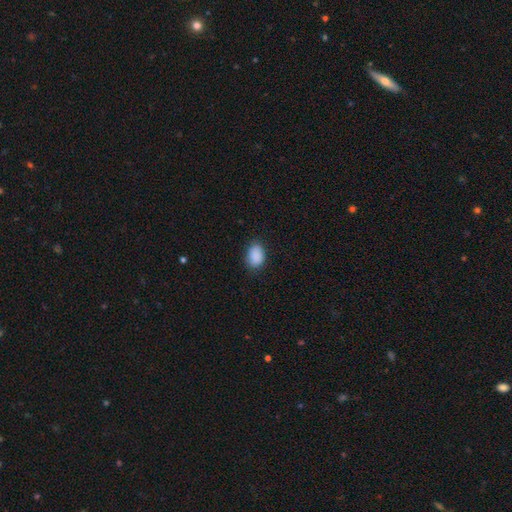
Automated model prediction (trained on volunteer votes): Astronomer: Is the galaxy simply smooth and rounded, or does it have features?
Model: smooth — 90%.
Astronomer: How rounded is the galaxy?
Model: in between — 83%.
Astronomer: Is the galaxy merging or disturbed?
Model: none — 81%.